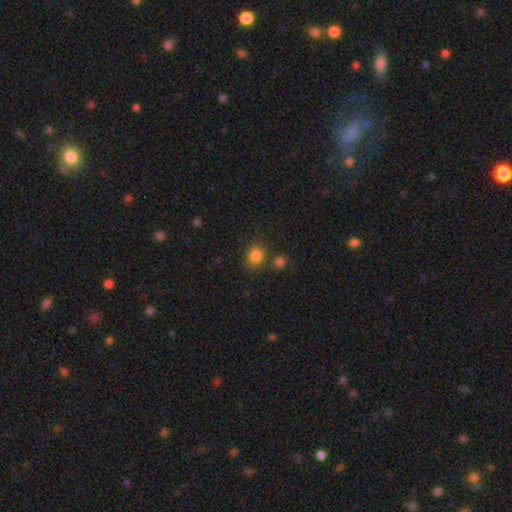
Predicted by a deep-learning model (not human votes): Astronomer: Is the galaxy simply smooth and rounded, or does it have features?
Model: smooth — 82%.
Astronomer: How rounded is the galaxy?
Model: round — 73%.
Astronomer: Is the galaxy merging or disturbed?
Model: none — 70%.